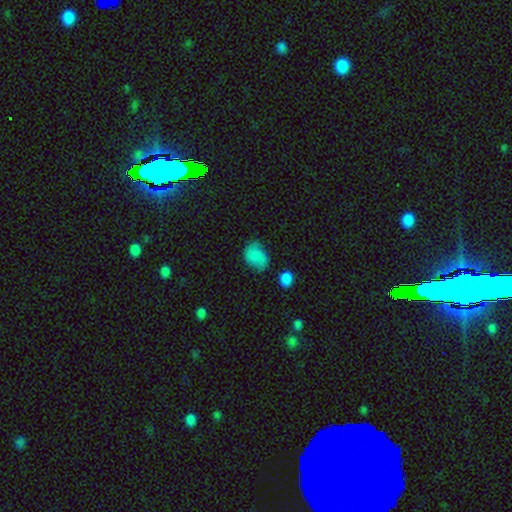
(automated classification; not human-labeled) smooth_or_featured: smooth (p=0.74) [alt: featured or disk p=0.16]
how_rounded: in between (p=0.64) [alt: round p=0.35]
merging: none (p=0.58) [alt: minor disturbance p=0.30]